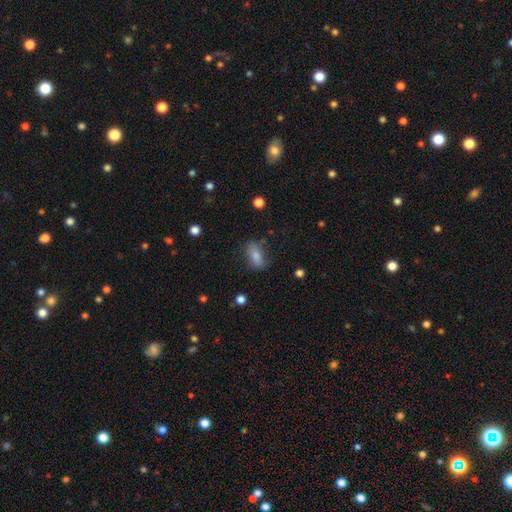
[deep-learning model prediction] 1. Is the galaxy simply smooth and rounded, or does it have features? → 81% smooth, 11% featured or disk, 9% star or artifact.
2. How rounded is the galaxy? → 85% in between, 8% cigar-shaped, 7% round.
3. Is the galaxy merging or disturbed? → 68% none, 22% minor disturbance, 8% major disturbance, 2% merger.